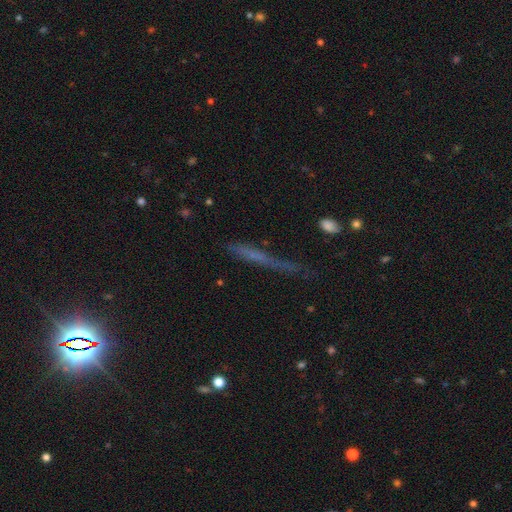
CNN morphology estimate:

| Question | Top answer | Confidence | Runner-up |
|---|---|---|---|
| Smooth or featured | smooth | 45% | featured or disk (38%) |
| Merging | none | 60% | minor disturbance (23%) |